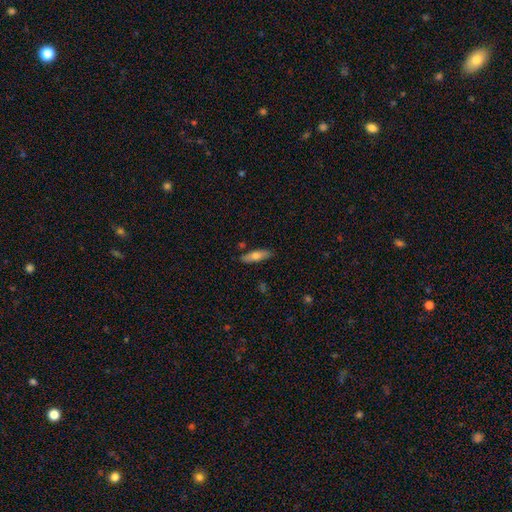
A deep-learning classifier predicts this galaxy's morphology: Smooth or featured: smooth — 64% (featured or disk — 29%)
How rounded: cigar-shaped — 57% (in between — 40%)
Merging: none — 84% (minor disturbance — 11%)